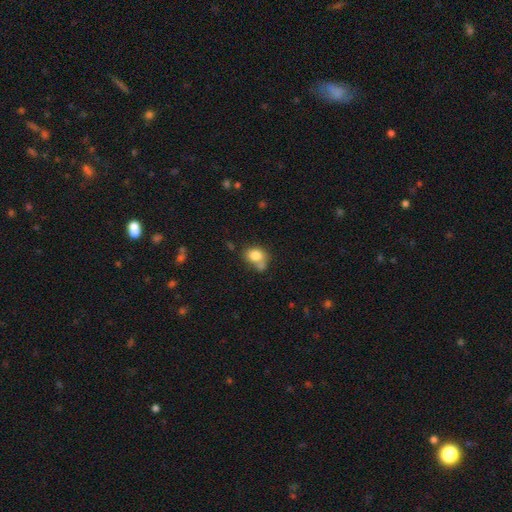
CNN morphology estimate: smooth_or_featured: smooth (p=0.80) [alt: featured or disk p=0.10]
how_rounded: round (p=0.52) [alt: in between p=0.47]
merging: none (p=0.44) [alt: merger p=0.30]